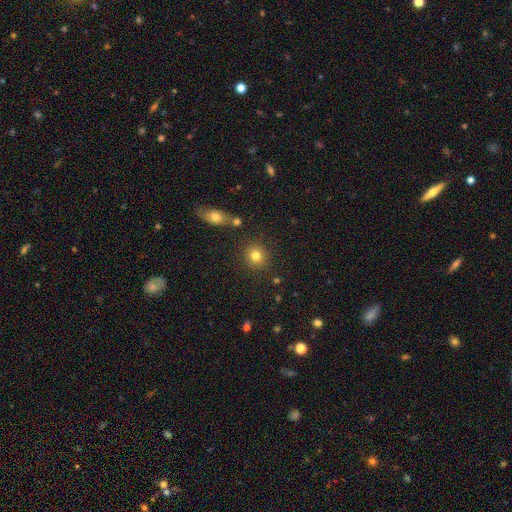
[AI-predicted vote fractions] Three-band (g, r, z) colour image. It shows a smooth galaxy with no disk features (80%) that is round (88%). Merging: none (85%).